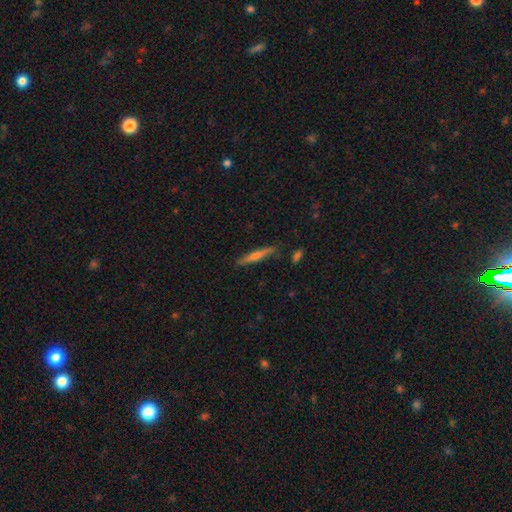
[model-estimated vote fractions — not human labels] featured or disk 62%, smooth 30%, star or artifact 8%. Down the decision tree: edge-on disk — yes (96%); edge-on bulge — rounded (80%); merging — none (86%).